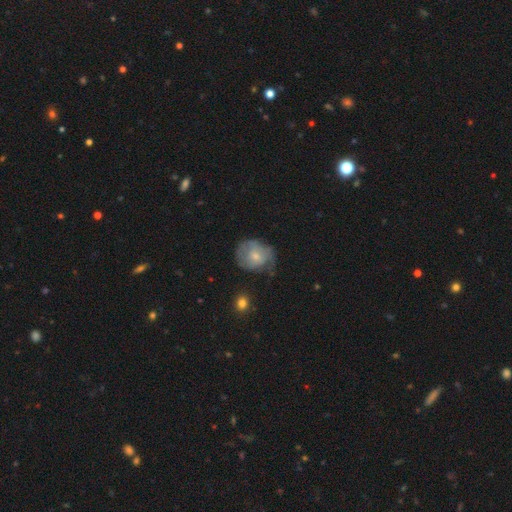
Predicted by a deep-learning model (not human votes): Overall: smooth (50%; featured or disk 43%). Merging: none (46%; minor disturbance 32%).